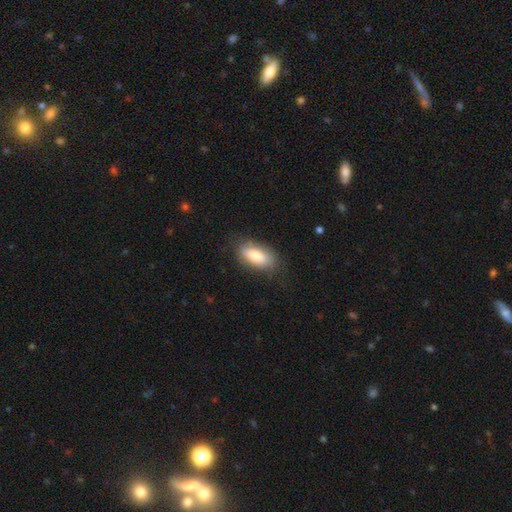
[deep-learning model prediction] Q: Smooth or featured?
A: smooth (80%); runner-up: featured or disk (14%)
Q: How rounded?
A: in between (87%); runner-up: cigar-shaped (10%)
Q: Merging?
A: none (79%); runner-up: minor disturbance (16%)